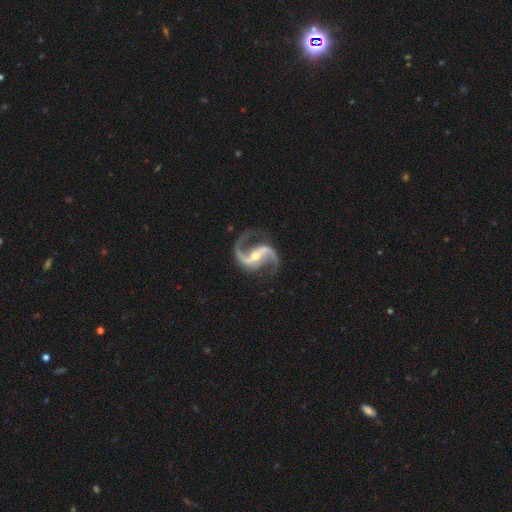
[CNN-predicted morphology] This appears to be a featured or disk galaxy (94%) with a strong bar (53%), 2 (94%) medium (49%) spiral arms (98%) and a moderate central bulge (54%). Merging: none (81%).